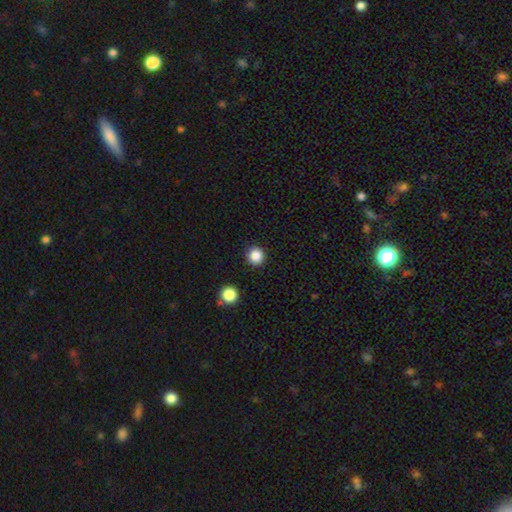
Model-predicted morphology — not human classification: The model was most divided on "smooth or featured": smooth: 86%, star or artifact: 11%, featured or disk: 3%. More confident: how rounded — round (94%); merging — none (92%).